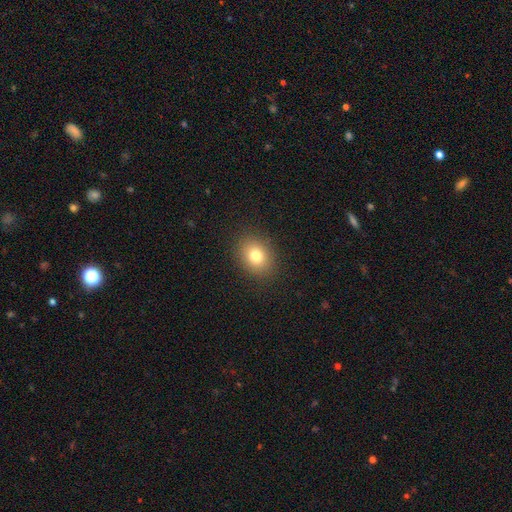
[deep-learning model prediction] A smooth galaxy with no disk features (79%) that is in between round and cigar-shaped (52%). Merging: none (89%).